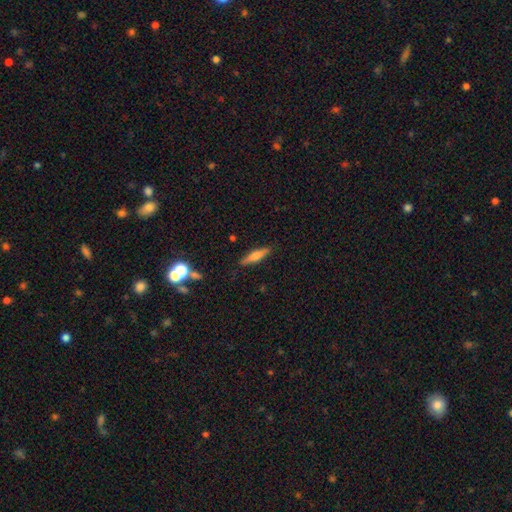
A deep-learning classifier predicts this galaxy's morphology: featured or disk 47%, smooth 45%, star or artifact 8%. Down the decision tree: merging — none (87%).